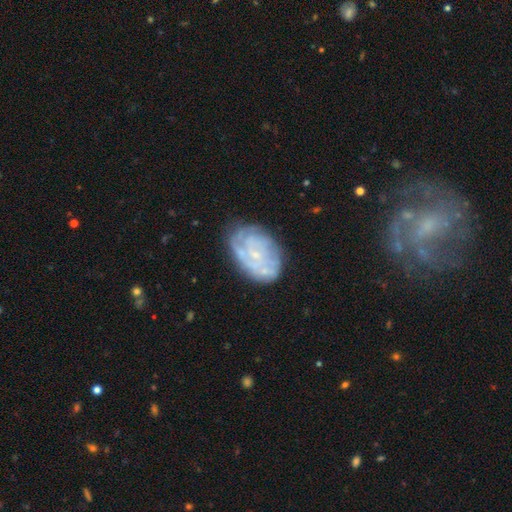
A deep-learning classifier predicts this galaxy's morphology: featured or disk 70%, smooth 21%, star or artifact 8%. Down the decision tree: edge-on disk — no (96%); bar — no (77%); spiral arms — yes (76%); spiral arm count — can't tell (54%); spiral winding — tight (68%); bulge size — small (76%); merging — none (66%).